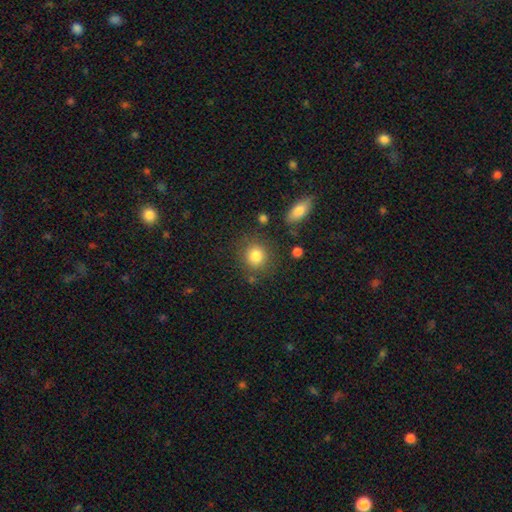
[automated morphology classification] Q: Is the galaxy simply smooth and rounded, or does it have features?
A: smooth — 83%.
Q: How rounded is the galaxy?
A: round — 85%.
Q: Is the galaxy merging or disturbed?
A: none — 80%.